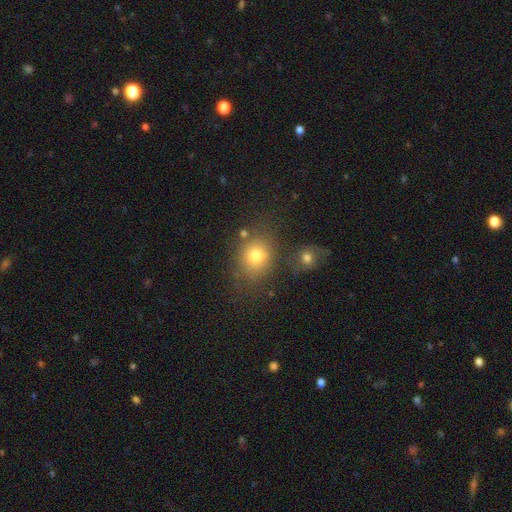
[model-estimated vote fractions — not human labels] Smooth or featured? Predicted: smooth (p=0.76). How rounded? Predicted: round (p=0.66). Merging? Predicted: none (p=0.70).